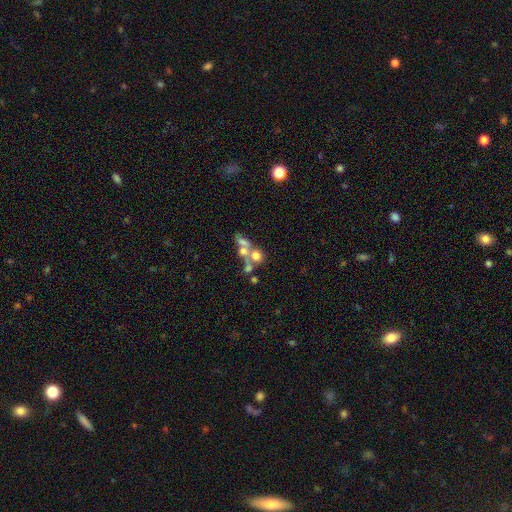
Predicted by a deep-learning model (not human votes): A smooth galaxy with no disk features (52%) that is round (69%).

Vote fractions:
- Smooth or featured? smooth: 52% / featured or disk: 32% / star or artifact: 17%
- How rounded? round: 69% / in between: 28% / cigar-shaped: 4%
- Merging? merger: 53% / none: 30% / major disturbance: 10% / minor disturbance: 8%